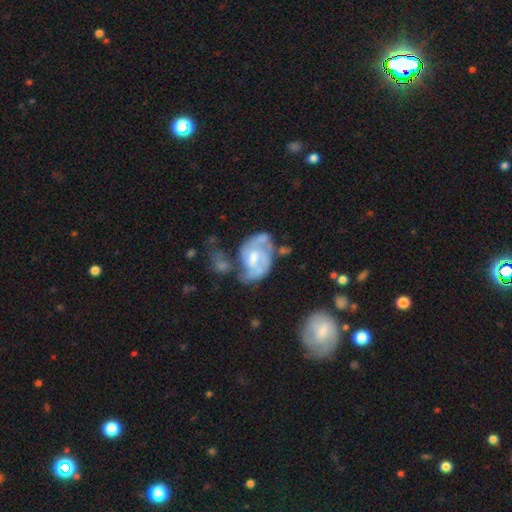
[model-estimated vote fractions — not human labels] smooth_or_featured: featured or disk (p=0.75) [alt: smooth p=0.19]
disk_edge_on: no (p=0.97) [alt: yes p=0.03]
bar: no (p=0.48) [alt: weak p=0.43]
has_spiral_arms: yes (p=0.82) [alt: no p=0.18]
spiral_winding: medium (p=0.45) [alt: tight p=0.36]
spiral_arm_count: 2 (p=0.57) [alt: can't tell p=0.24]
bulge_size: moderate (p=0.49) [alt: small p=0.34]
merging: none (p=0.35) [alt: minor disturbance p=0.25]